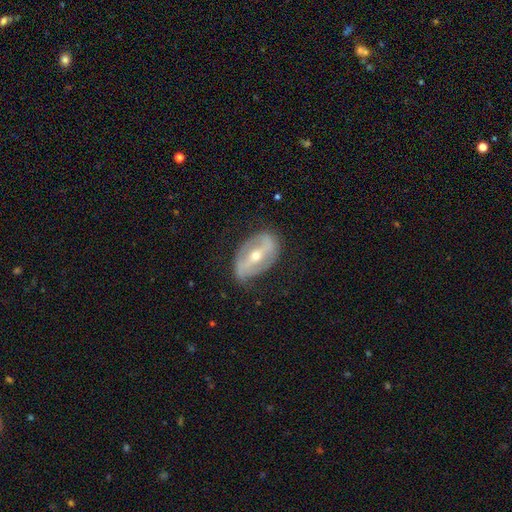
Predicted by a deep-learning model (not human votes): smooth-or-featured: featured or disk: 79% | smooth: 15% | star or artifact: 6%
  disk-edge-on: no: 90% | yes: 10%
    bar: strong: 66% | weak: 22% | no: 11%
    has-spiral-arms: yes: 68% | no: 32%
    bulge-size: moderate: 54% | small: 43% | large: 2% | none: 1% | dominant: 1%
  merging: none: 71% | minor disturbance: 20% | major disturbance: 7% | merger: 1%